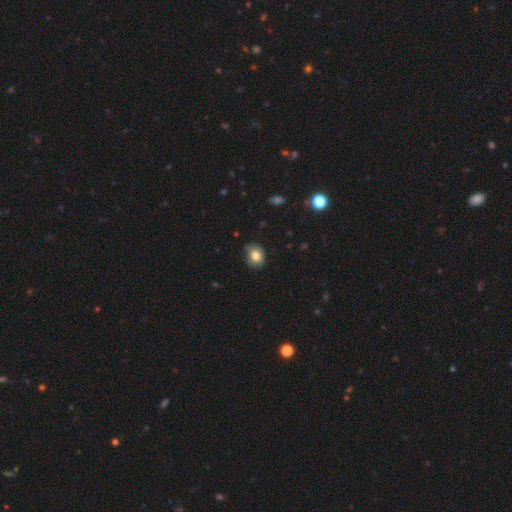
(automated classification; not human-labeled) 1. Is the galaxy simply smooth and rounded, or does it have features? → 80% smooth, 11% featured or disk, 9% star or artifact.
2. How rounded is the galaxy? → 53% in between, 46% round, 1% cigar-shaped.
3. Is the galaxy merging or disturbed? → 72% none, 22% minor disturbance, 4% major disturbance, 1% merger.